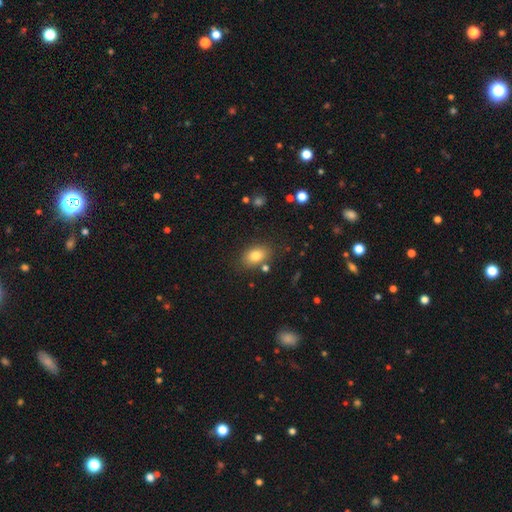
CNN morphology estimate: Smooth or featured?
  - smooth: 80% *
  - featured or disk: 11%
  - star or artifact: 10%
How rounded?
  - in between: 81% *
  - round: 17%
  - cigar-shaped: 1%
Merging?
  - none: 79% *
  - minor disturbance: 12%
  - merger: 6%
  - major disturbance: 3%